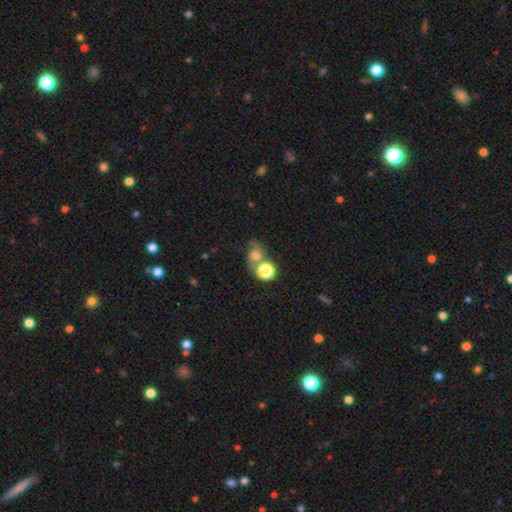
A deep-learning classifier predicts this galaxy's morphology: type=smooth (51%); roundness=round (61%); merging=none (39%).